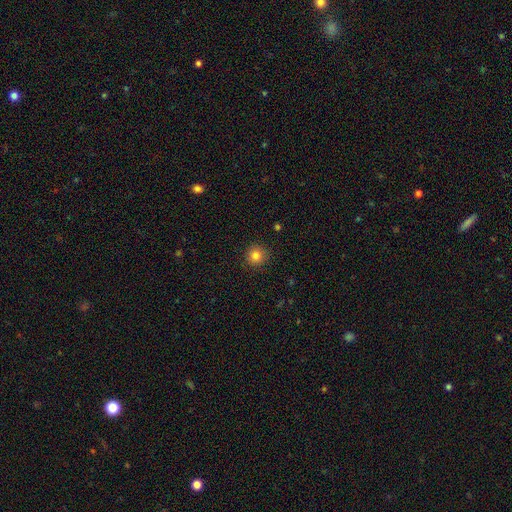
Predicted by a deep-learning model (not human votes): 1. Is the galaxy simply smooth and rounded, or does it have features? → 83% smooth, 12% star or artifact, 6% featured or disk.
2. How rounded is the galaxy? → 94% round, 5% in between, 1% cigar-shaped.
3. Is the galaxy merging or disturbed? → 91% none, 6% minor disturbance, 2% major disturbance, 1% merger.